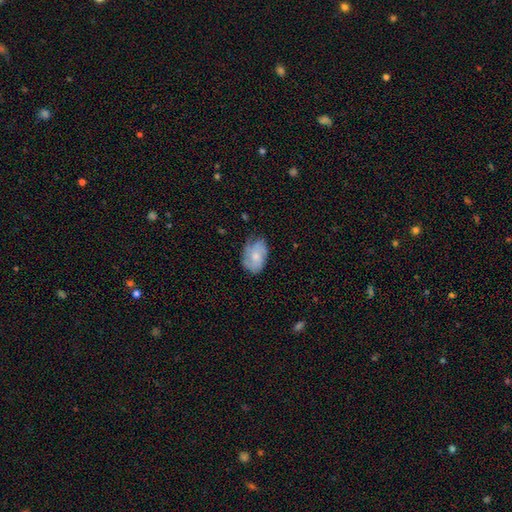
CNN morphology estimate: Overall: smooth (55%; featured or disk 38%). How rounded: in between (80%). Merging: none (57%; minor disturbance 31%).